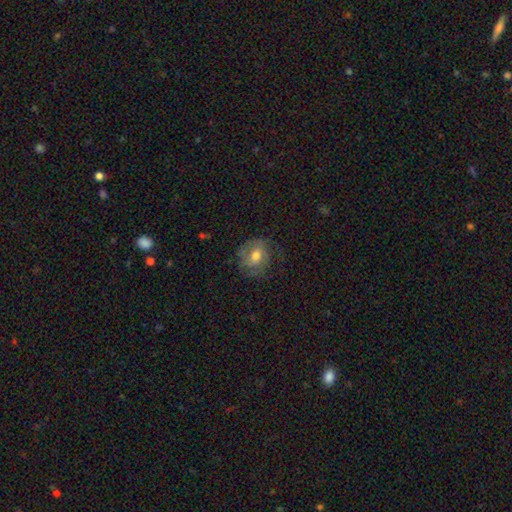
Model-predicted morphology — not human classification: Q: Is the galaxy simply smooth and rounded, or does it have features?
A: smooth — 47%.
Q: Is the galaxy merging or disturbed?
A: none — 64%.